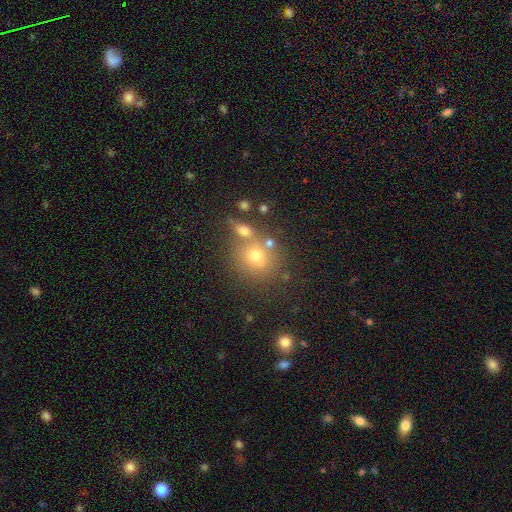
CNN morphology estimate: A smooth galaxy with no disk features (66%) that is round (81%). Merging: none (59%).